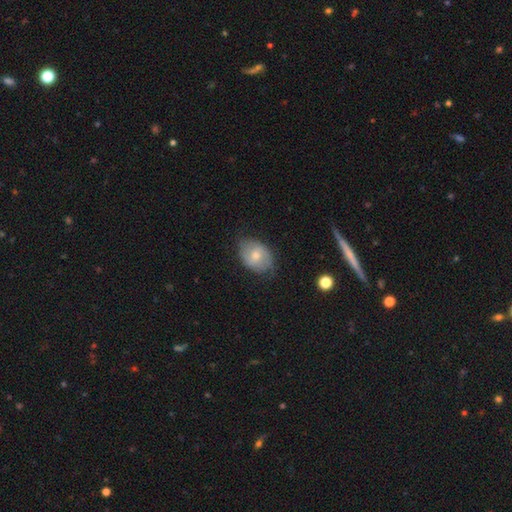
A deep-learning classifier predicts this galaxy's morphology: smooth_or_featured: smooth (p=0.57) [alt: featured or disk p=0.36]
how_rounded: in between (p=0.72) [alt: round p=0.27]
merging: none (p=0.68) [alt: minor disturbance p=0.24]